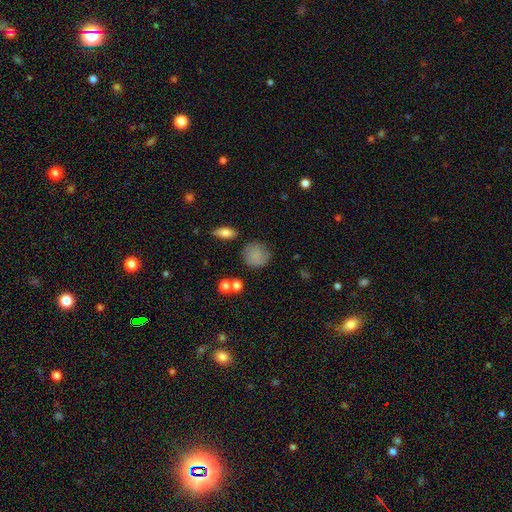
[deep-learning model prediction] smooth-or-featured: smooth: 78% | featured or disk: 12% | star or artifact: 10%
  how-rounded: round: 87% | in between: 12% | cigar-shaped: 1%
  merging: none: 74% | minor disturbance: 17% | major disturbance: 5% | merger: 3%